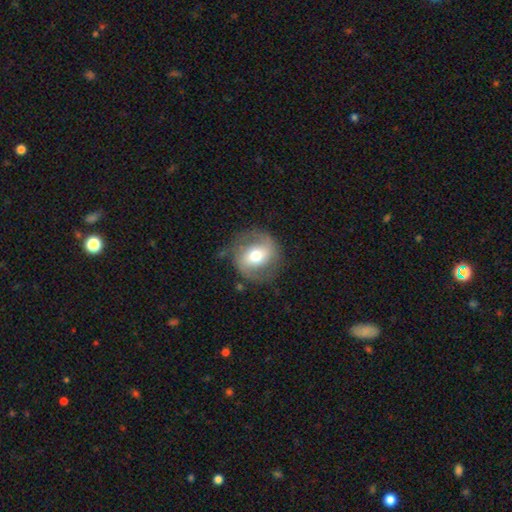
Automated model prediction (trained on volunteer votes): Smooth or featured? Predicted: featured or disk (p=0.61). Edge-on disk? Predicted: no (p=0.96). Bar? Predicted: weak (p=0.37). Spiral arms? Predicted: yes (p=0.72). Bulge size? Predicted: moderate (p=0.71). Merging? Predicted: none (p=0.75).